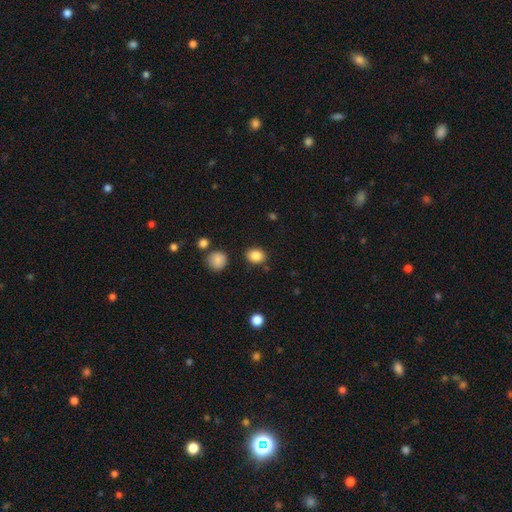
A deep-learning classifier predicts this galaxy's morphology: smooth 85%, star or artifact 10%, featured or disk 5%. Down the decision tree: how rounded — round (52%); merging — none (84%).